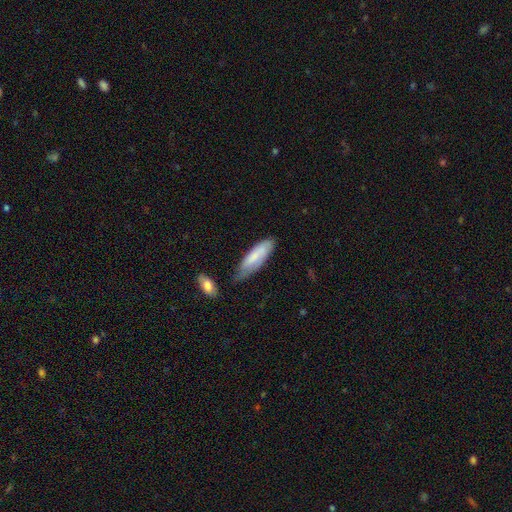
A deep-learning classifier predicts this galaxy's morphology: smooth_or_featured: smooth (p=0.74) [alt: featured or disk p=0.20]
how_rounded: cigar-shaped (p=0.53) [alt: in between p=0.46]
merging: none (p=0.51) [alt: minor disturbance p=0.34]